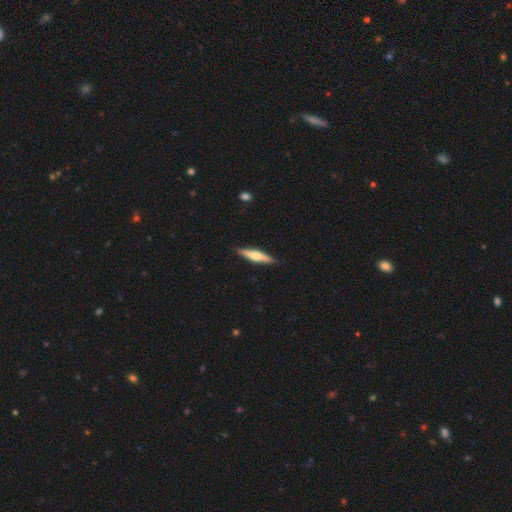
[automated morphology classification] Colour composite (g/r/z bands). It shows a featured or disk galaxy (55%) viewed edge-on (96%) with a rounded central bulge (88%). Merging: none (89%).